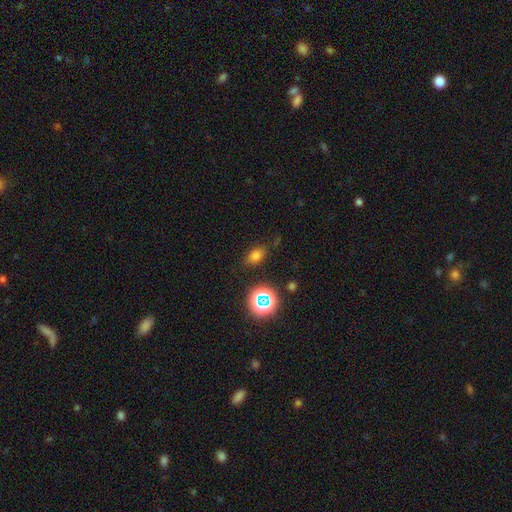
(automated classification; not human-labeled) Smooth or featured? smooth (71%)
How rounded? in between (76%)
Merging? none (79%)